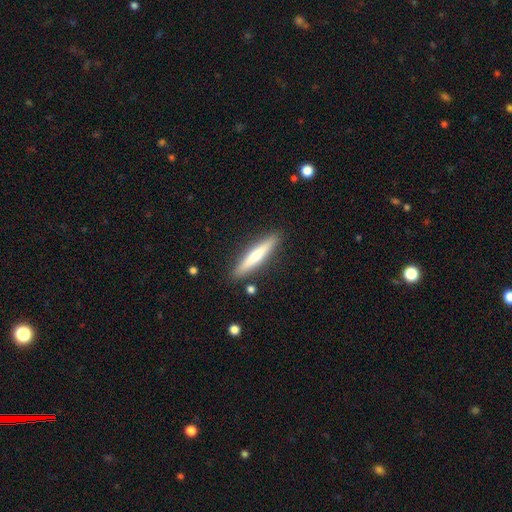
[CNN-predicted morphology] smooth 56%, featured or disk 38%, star or artifact 6%. Down the decision tree: how rounded — cigar-shaped (91%); merging — none (88%).